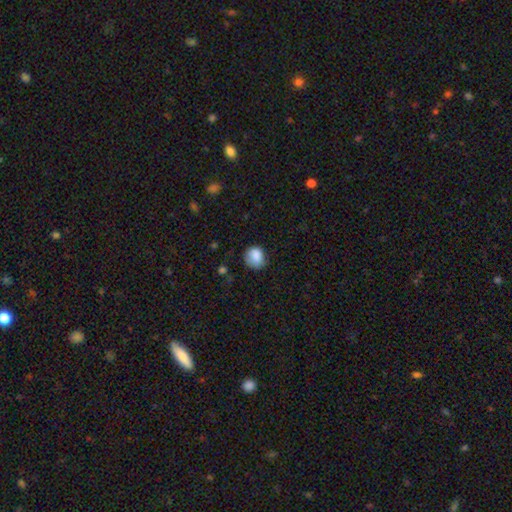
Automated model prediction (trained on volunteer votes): smooth_or_featured: smooth (p=0.83) [alt: star or artifact p=0.09]
how_rounded: round (p=0.73) [alt: in between p=0.26]
merging: none (p=0.65) [alt: minor disturbance p=0.25]